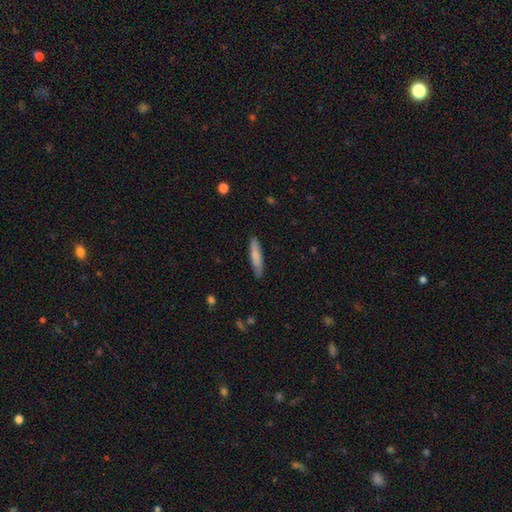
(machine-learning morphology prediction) Smooth or featured? Predicted: smooth (p=0.80). How rounded? Predicted: cigar-shaped (p=0.86). Merging? Predicted: none (p=0.87).